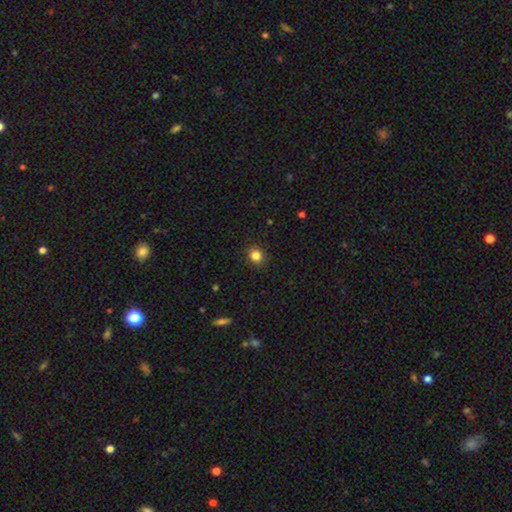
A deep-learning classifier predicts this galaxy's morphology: This is clearly a smooth galaxy (84%). How rounded: likely round (78%). Merging: clearly none (90%).